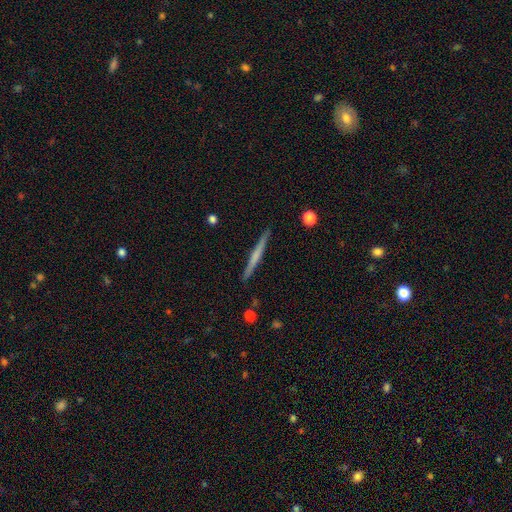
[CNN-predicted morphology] smooth_or_featured: featured or disk (p=0.53) [alt: smooth p=0.42]
disk_edge_on: yes (p=0.98) [alt: no p=0.02]
edge_on_bulge: none (p=0.65) [alt: rounded p=0.25]
merging: none (p=0.91) [alt: minor disturbance p=0.06]